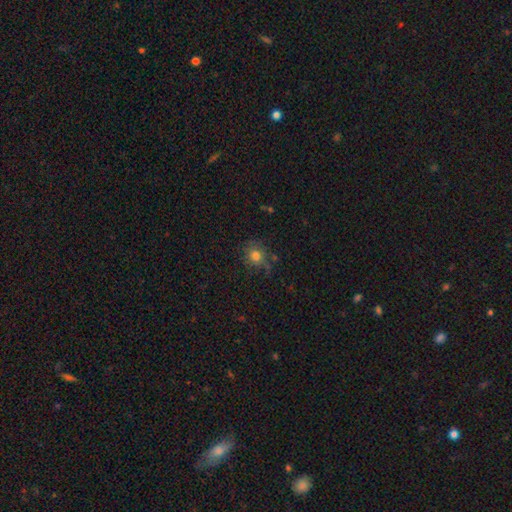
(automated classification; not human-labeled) A smooth galaxy with no disk features (75%) that is round (83%).

Vote fractions:
- Smooth or featured? smooth: 75% / star or artifact: 13% / featured or disk: 11%
- How rounded? round: 83% / in between: 16% / cigar-shaped: 1%
- Merging? none: 68% / minor disturbance: 19% / major disturbance: 8% / merger: 4%